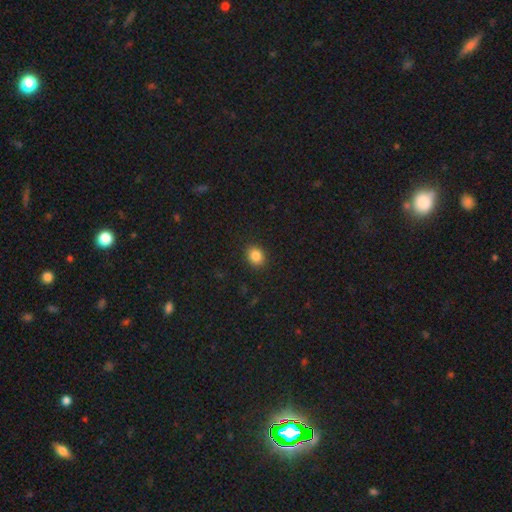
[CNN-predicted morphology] This is clearly a smooth galaxy (85%). How rounded: possibly round (58%). Merging: clearly none (90%).